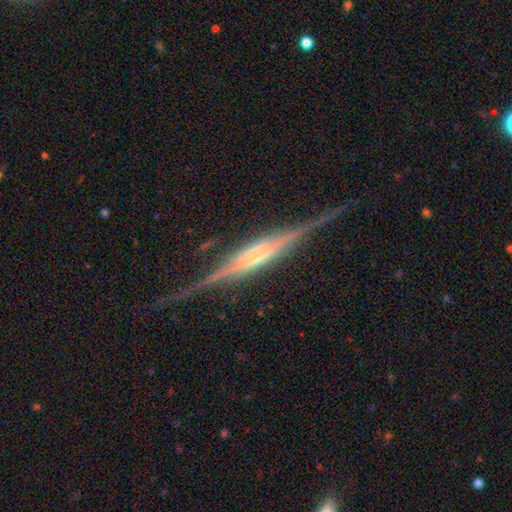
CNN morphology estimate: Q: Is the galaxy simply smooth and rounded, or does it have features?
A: featured or disk — 87%.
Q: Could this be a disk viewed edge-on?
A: yes — 97%.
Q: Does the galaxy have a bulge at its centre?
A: rounded — 48%.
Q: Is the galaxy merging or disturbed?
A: none — 80%.